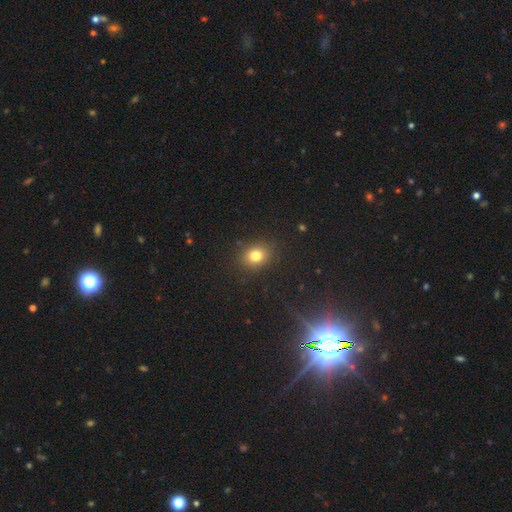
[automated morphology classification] smooth_or_featured: smooth (p=0.80) [alt: star or artifact p=0.13]
how_rounded: round (p=0.63) [alt: in between p=0.36]
merging: none (p=0.87) [alt: minor disturbance p=0.08]